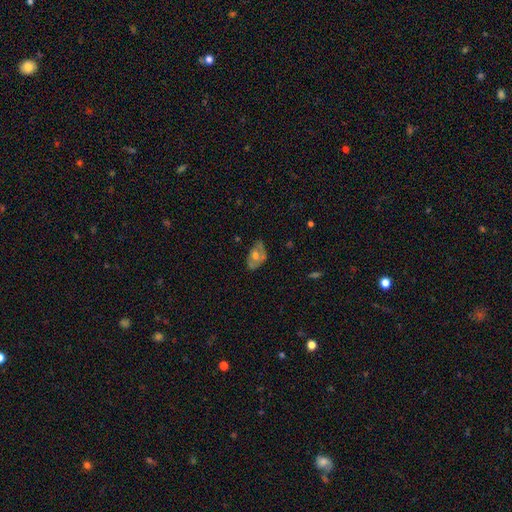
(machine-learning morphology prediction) type=featured or disk (46%, tied with smooth); merging=none (61%).